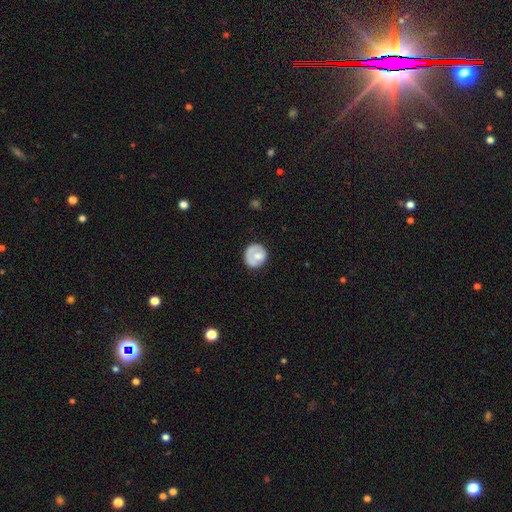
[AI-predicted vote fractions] smooth-or-featured: smooth: 65% | featured or disk: 28% | star or artifact: 6%
  how-rounded: round: 86% | in between: 13% | cigar-shaped: 1%
  merging: none: 70% | minor disturbance: 19% | major disturbance: 8% | merger: 2%